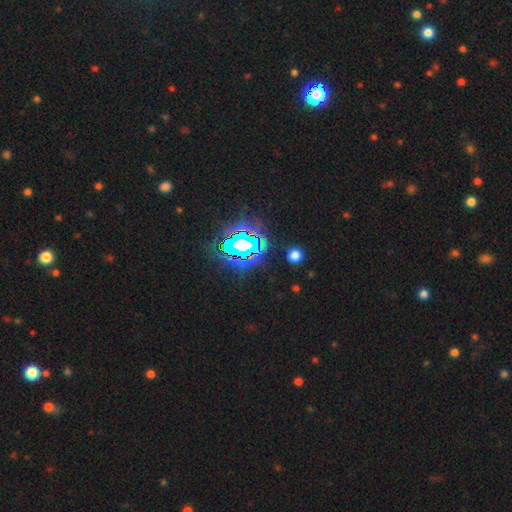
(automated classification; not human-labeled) A star or artifact, not a galaxy (85%).